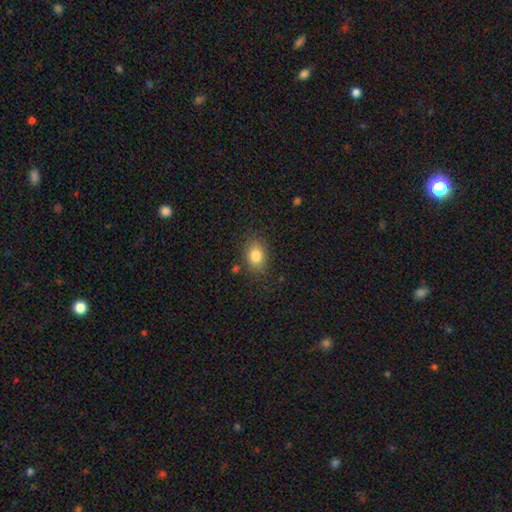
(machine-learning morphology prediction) Smooth or featured?
  - smooth: 82% *
  - star or artifact: 10%
  - featured or disk: 8%
How rounded?
  - in between: 69% *
  - round: 30%
  - cigar-shaped: 1%
Merging?
  - none: 81% *
  - minor disturbance: 13%
  - major disturbance: 4%
  - merger: 2%